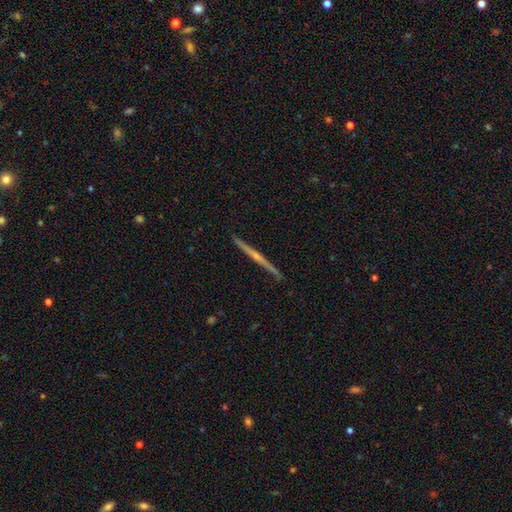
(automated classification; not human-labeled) This appears to be a featured or disk galaxy (79%) viewed edge-on (98%) with a rounded central bulge (68%). Merging: none (91%).